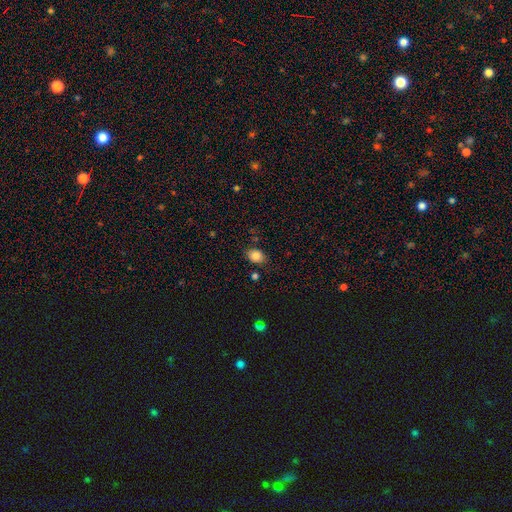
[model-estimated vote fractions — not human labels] smooth_or_featured: smooth (p=0.84) [alt: star or artifact p=0.10]
how_rounded: in between (p=0.57) [alt: round p=0.42]
merging: none (p=0.79) [alt: minor disturbance p=0.14]